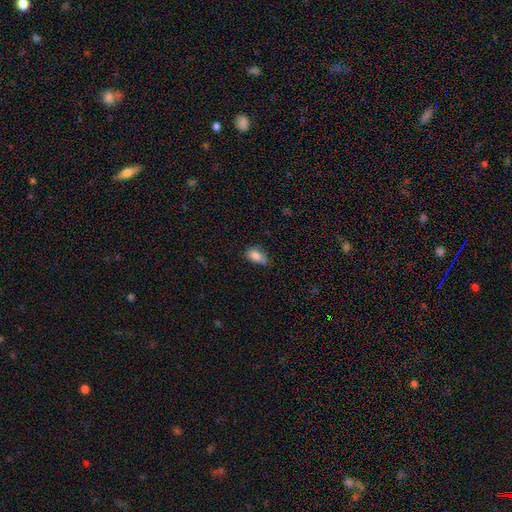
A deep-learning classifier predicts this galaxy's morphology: smooth 85%, star or artifact 9%, featured or disk 6%. Down the decision tree: how rounded — in between (87%); merging — none (58%).